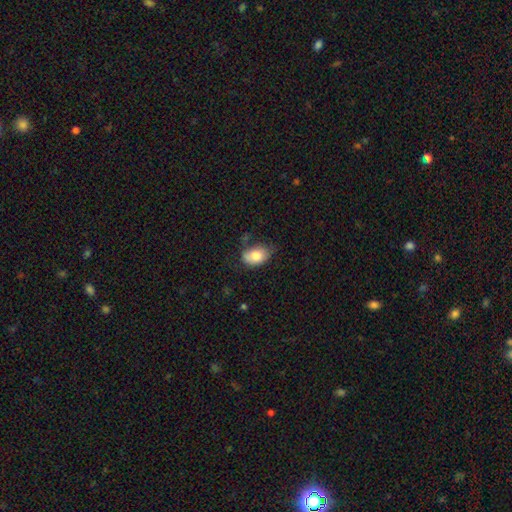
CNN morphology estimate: smooth 81%, featured or disk 11%, star or artifact 8%. Down the decision tree: how rounded — in between (86%); merging — none (48%).